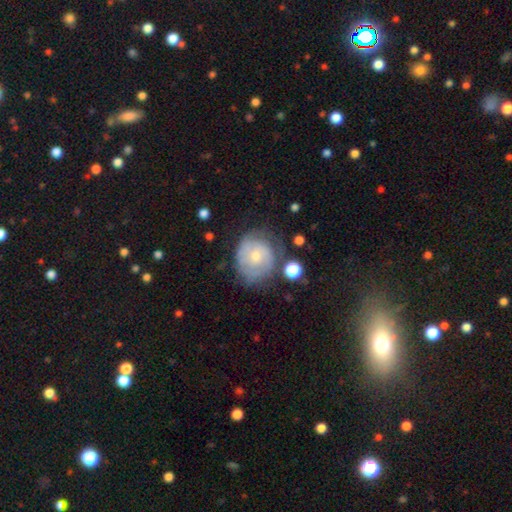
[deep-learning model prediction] smooth-or-featured: featured or disk: 62% | smooth: 31% | star or artifact: 7%
  disk-edge-on: no: 97% | yes: 3%
    bar: no: 73% | weak: 23% | strong: 3%
    has-spiral-arms: yes: 77% | no: 23%
    bulge-size: small: 54% | moderate: 41% | large: 2% | none: 2% | dominant: 1%
  merging: none: 58% | minor disturbance: 25% | major disturbance: 13% | merger: 4%